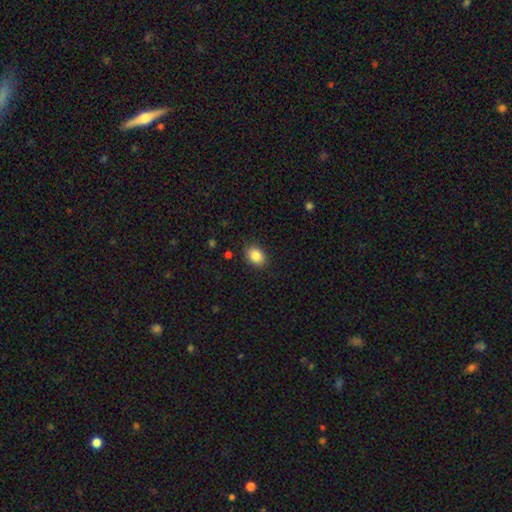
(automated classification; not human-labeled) Smooth or featured?
  - smooth: 87% *
  - star or artifact: 8%
  - featured or disk: 5%
How rounded?
  - in between: 70% *
  - round: 29%
  - cigar-shaped: 1%
Merging?
  - none: 86% *
  - minor disturbance: 11%
  - major disturbance: 3%
  - merger: 1%